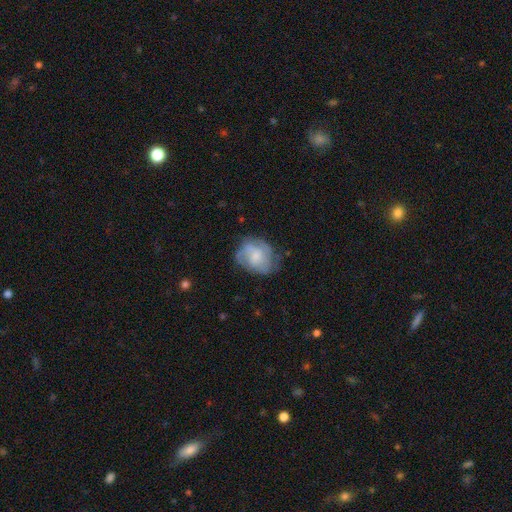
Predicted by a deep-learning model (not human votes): smooth-or-featured: featured or disk: 55% | smooth: 37% | star or artifact: 8%
  disk-edge-on: no: 97% | yes: 3%
    bar: no: 63% | weak: 32% | strong: 5%
    has-spiral-arms: yes: 77% | no: 23%
    bulge-size: small: 37% | moderate: 32% | none: 21% | large: 8% | dominant: 2%
  merging: none: 54% | minor disturbance: 27% | major disturbance: 16% | merger: 2%